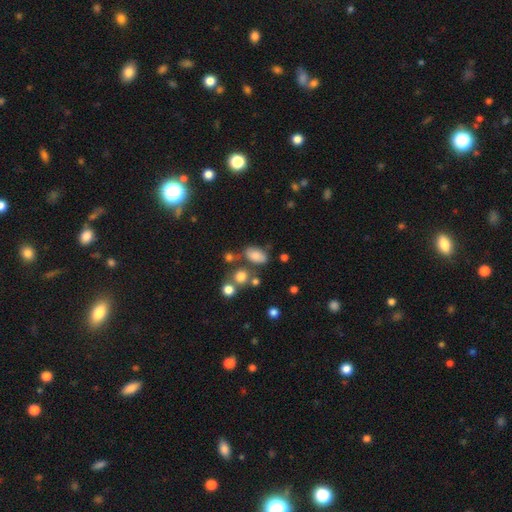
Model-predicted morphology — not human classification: This appears to be a smooth galaxy with no disk features (77%) that is in between round and cigar-shaped (88%). Merging: none (59%).